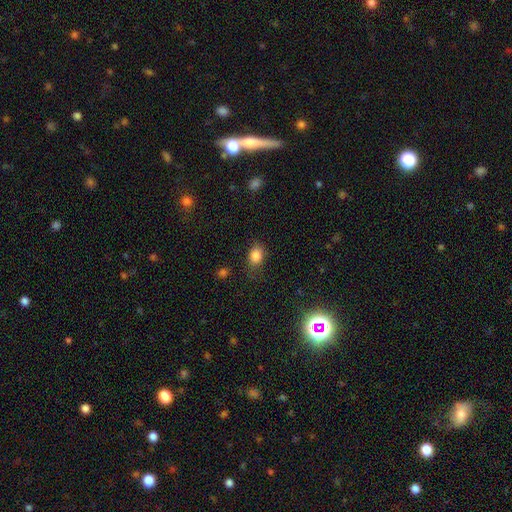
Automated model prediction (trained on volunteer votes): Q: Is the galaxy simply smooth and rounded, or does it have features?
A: smooth — 84%.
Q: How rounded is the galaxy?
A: in between — 58%.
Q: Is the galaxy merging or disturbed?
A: none — 73%.